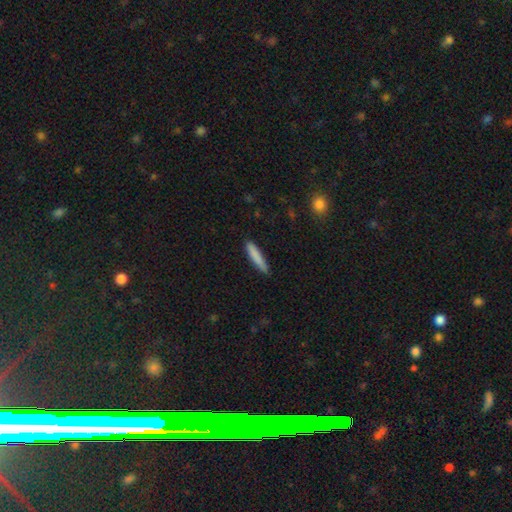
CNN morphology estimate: smooth-or-featured: smooth: 84% | featured or disk: 10% | star or artifact: 6%
  how-rounded: cigar-shaped: 89% | in between: 9% | round: 1%
  merging: none: 83% | minor disturbance: 13% | major disturbance: 2% | merger: 1%